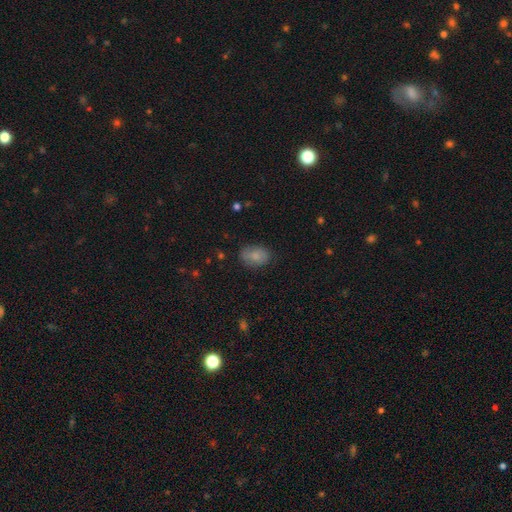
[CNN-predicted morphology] A smooth galaxy with no disk features (82%) that is in between round and cigar-shaped (85%). Merging: none (80%).